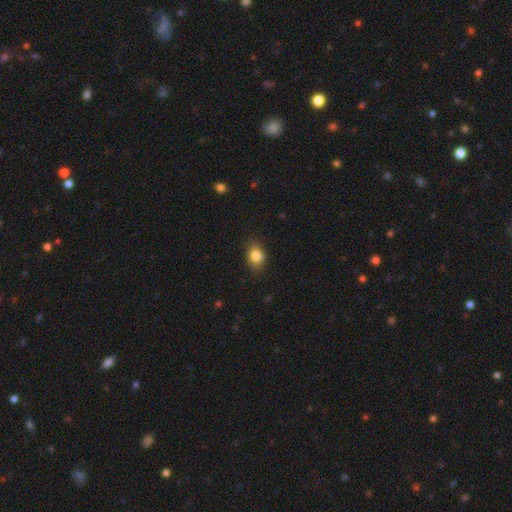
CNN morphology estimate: The model was most divided on "how rounded": in between: 63%, round: 36%, cigar-shaped: 1%. More confident: smooth or featured — smooth (83%); merging — none (79%).